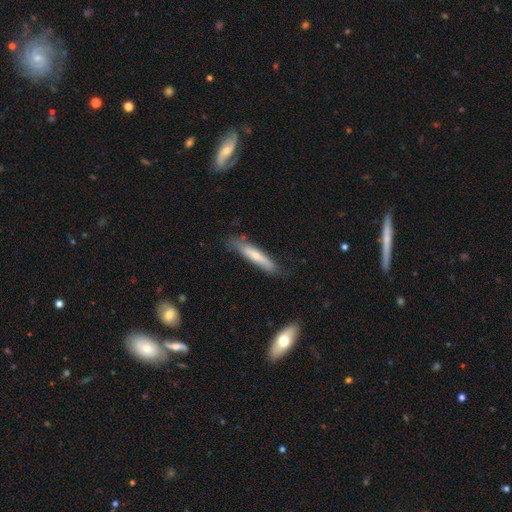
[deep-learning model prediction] A smooth galaxy with no disk features (56%) that is cigar-shaped (88%). Merging: none (70%).